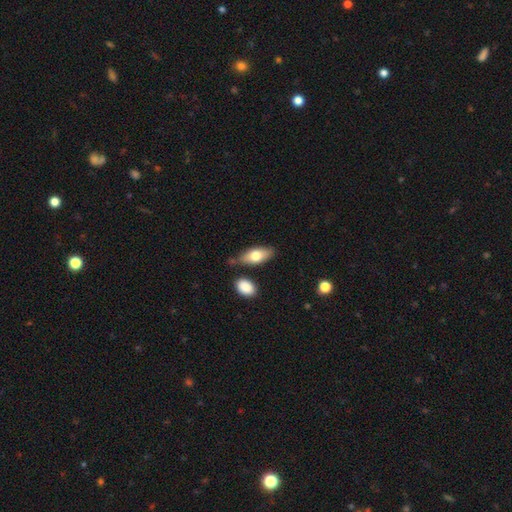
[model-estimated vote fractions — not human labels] Q: Smooth or featured?
A: smooth (74%); runner-up: featured or disk (20%)
Q: How rounded?
A: in between (83%); runner-up: cigar-shaped (14%)
Q: Merging?
A: none (72%); runner-up: minor disturbance (15%)